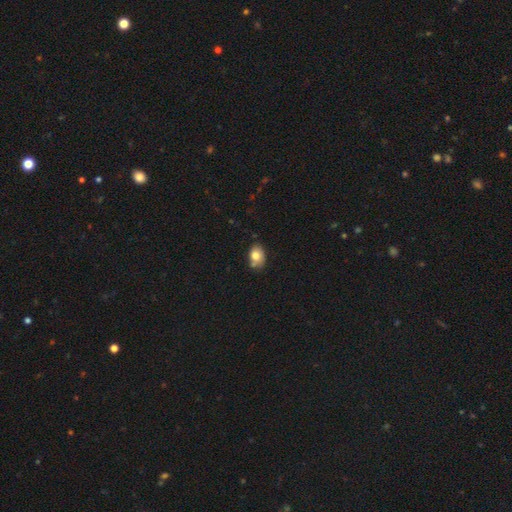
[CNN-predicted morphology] type=smooth (79%); roundness=in between (74%); merging=none (67%).